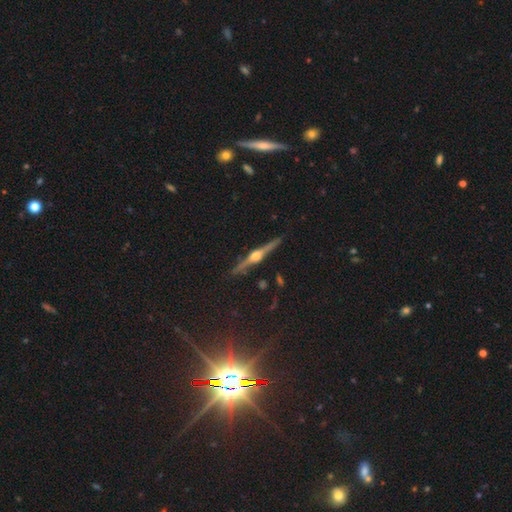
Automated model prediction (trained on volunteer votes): This is clearly a featured or disk galaxy (83%). It is clearly viewed edge-on (98%). Edge-on bulge: clearly rounded (95%). Merging: clearly none (91%).